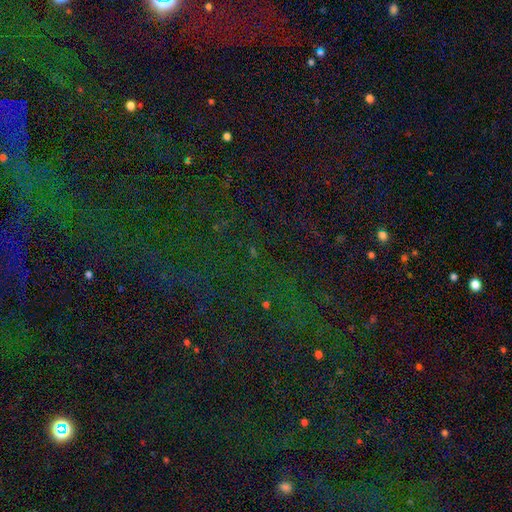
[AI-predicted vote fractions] smooth-or-featured: star or artifact: 81% | smooth: 11% | featured or disk: 9%